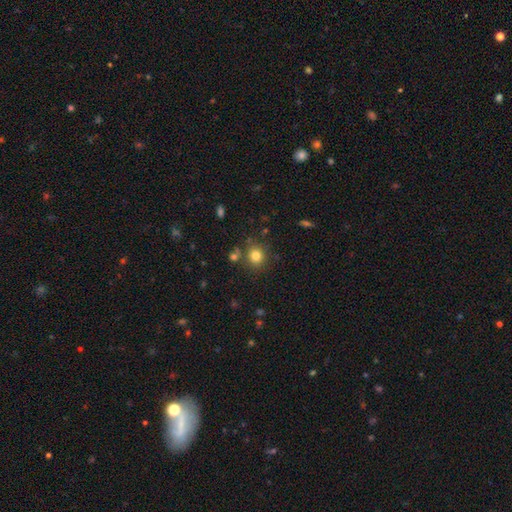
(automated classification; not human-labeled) Q: Smooth or featured?
A: smooth (80%); runner-up: star or artifact (13%)
Q: How rounded?
A: round (85%); runner-up: in between (14%)
Q: Merging?
A: none (80%); runner-up: minor disturbance (10%)